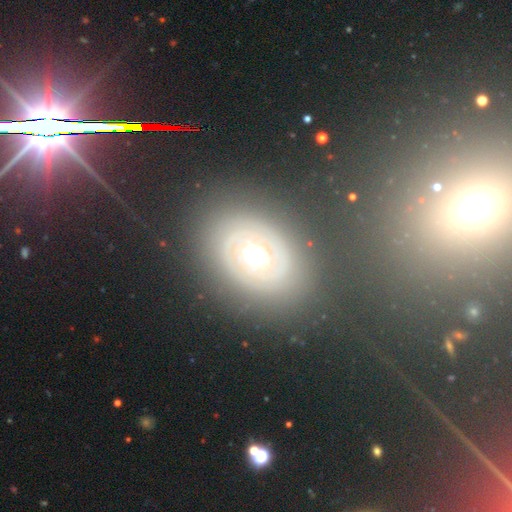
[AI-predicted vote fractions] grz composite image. It shows a featured or disk galaxy (73%) with no bar (74%), spiral arms (62%) and a moderate central bulge (53%). Merging: none (77%).